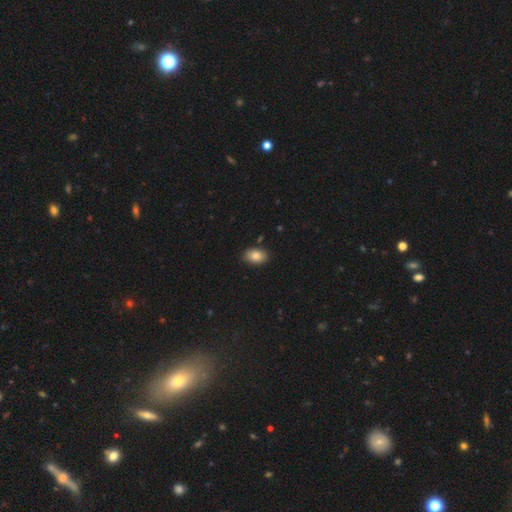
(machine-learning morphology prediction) The model was most divided on "smooth or featured": smooth: 84%, star or artifact: 8%, featured or disk: 8%. More confident: merging — none (88%); how rounded — in between (87%).